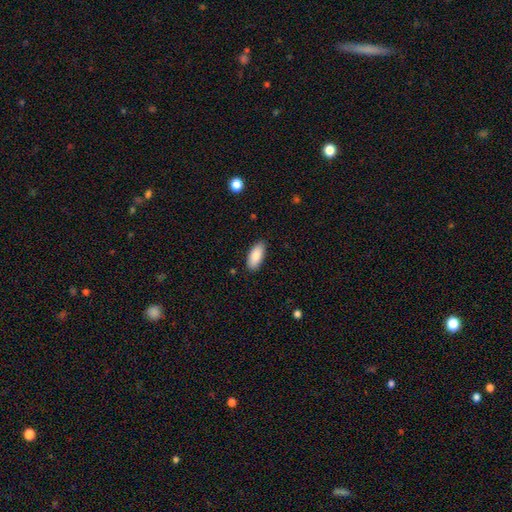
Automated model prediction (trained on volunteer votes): smooth 88%, featured or disk 6%, star or artifact 6%. Down the decision tree: how rounded — in between (88%); merging — none (86%).